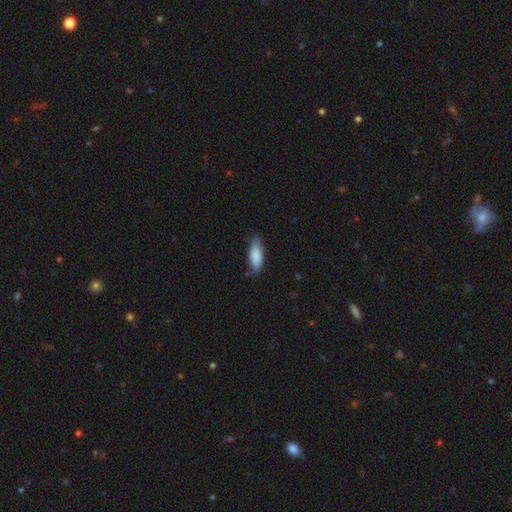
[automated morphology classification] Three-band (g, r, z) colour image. It shows a smooth galaxy with no disk features (86%) that is in between round and cigar-shaped (66%). Merging: none (79%).